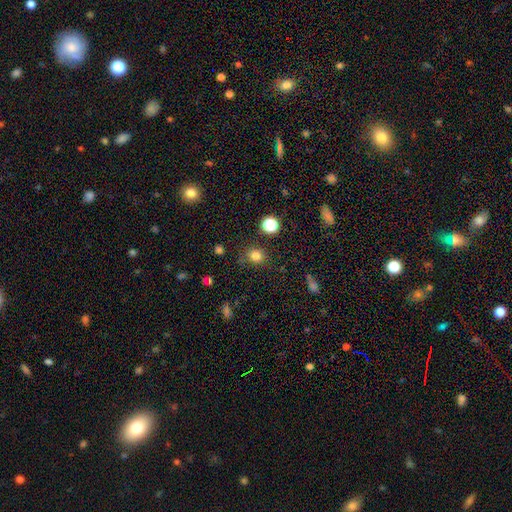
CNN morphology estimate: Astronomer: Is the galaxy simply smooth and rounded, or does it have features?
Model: smooth — 81%.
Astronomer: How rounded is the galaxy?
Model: round — 78%.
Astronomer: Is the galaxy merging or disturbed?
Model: none — 81%.